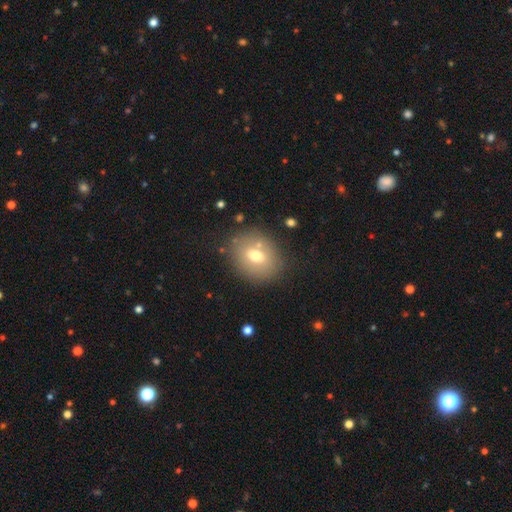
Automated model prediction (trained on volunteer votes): Overall: smooth (66%). How rounded: round (53%; in between 46%). Merging: none (77%).